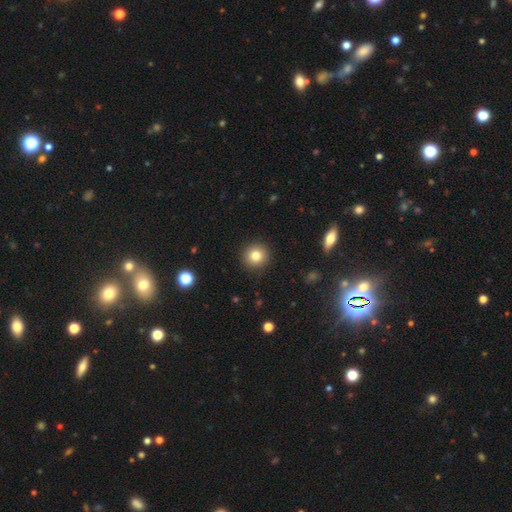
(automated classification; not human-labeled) Q: Smooth or featured?
A: smooth (81%); runner-up: star or artifact (11%)
Q: How rounded?
A: round (94%); runner-up: in between (5%)
Q: Merging?
A: none (91%); runner-up: minor disturbance (6%)